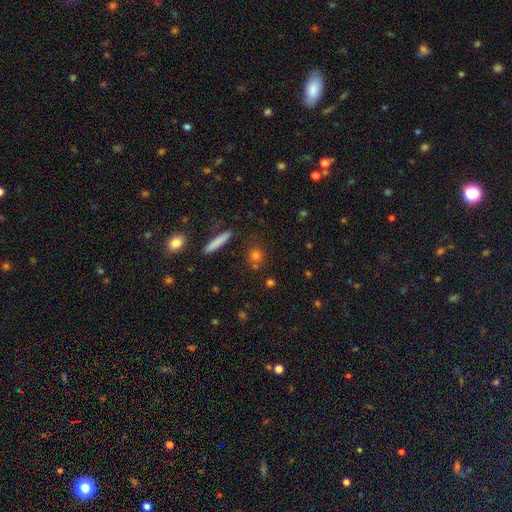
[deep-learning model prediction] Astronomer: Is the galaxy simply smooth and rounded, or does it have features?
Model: smooth — 72%.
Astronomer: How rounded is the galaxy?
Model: round — 71%.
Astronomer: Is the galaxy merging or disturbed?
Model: none — 77%.